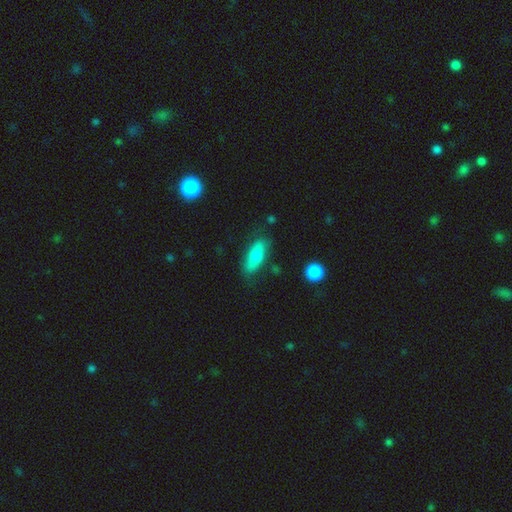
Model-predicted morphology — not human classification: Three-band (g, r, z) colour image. It shows a smooth galaxy with no disk features (69%) that is in between round and cigar-shaped (70%). Merging: none (74%).